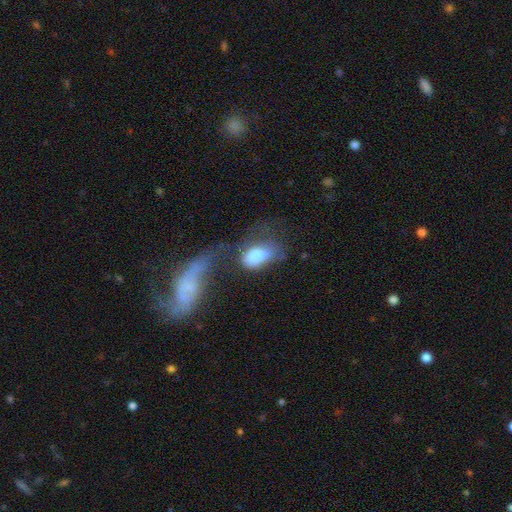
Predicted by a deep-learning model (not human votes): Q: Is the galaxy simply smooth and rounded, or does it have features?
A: smooth — 75%.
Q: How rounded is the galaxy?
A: in between — 88%.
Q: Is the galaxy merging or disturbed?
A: major disturbance — 38%.